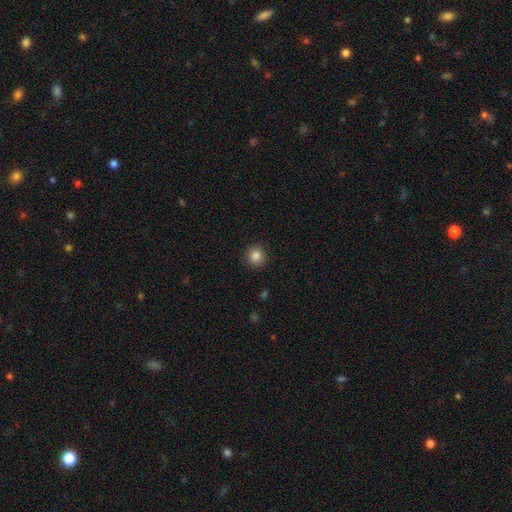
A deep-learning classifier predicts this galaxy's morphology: smooth_or_featured: smooth (p=0.85) [alt: star or artifact p=0.10]
how_rounded: round (p=0.93) [alt: in between p=0.06]
merging: none (p=0.91) [alt: minor disturbance p=0.06]